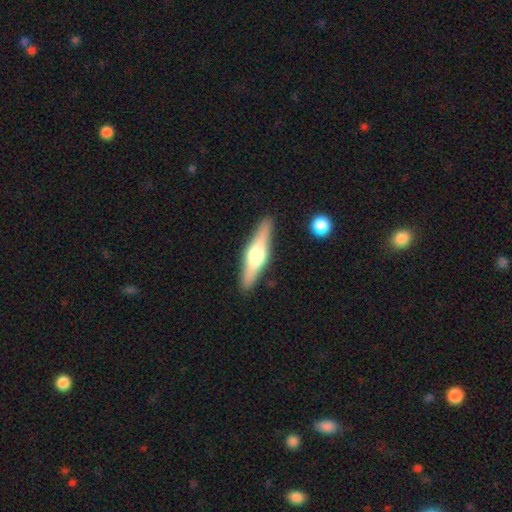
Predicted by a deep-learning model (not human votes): The model was most divided on "smooth or featured": featured or disk: 67%, smooth: 28%, star or artifact: 6%. More confident: edge-on disk — yes (96%); edge-on bulge — rounded (92%); merging — none (90%).